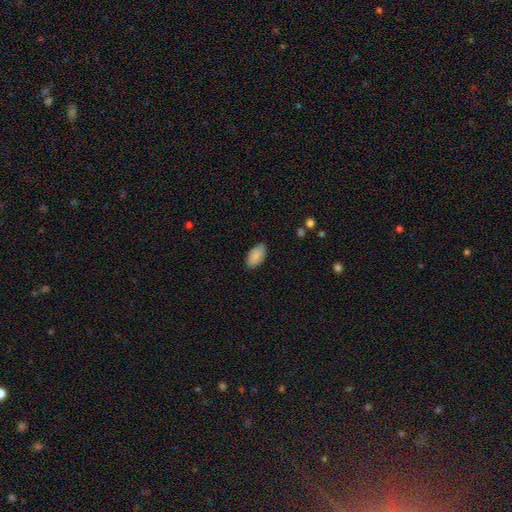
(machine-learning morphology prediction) This appears to be a smooth galaxy with no disk features (87%) that is in between round and cigar-shaped (95%). Merging: none (84%).